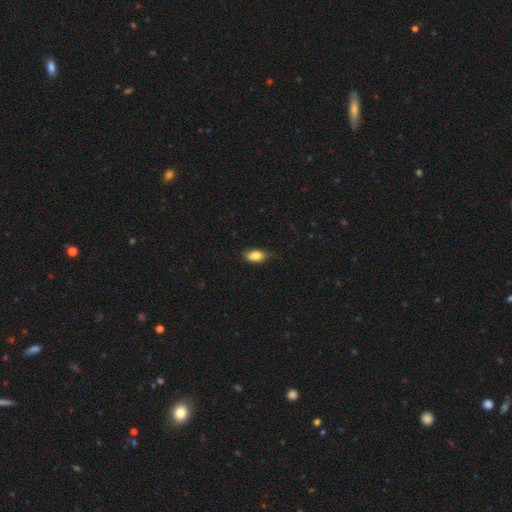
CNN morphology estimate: smooth 80%, featured or disk 12%, star or artifact 8%. Down the decision tree: how rounded — in between (87%); merging — none (69%).